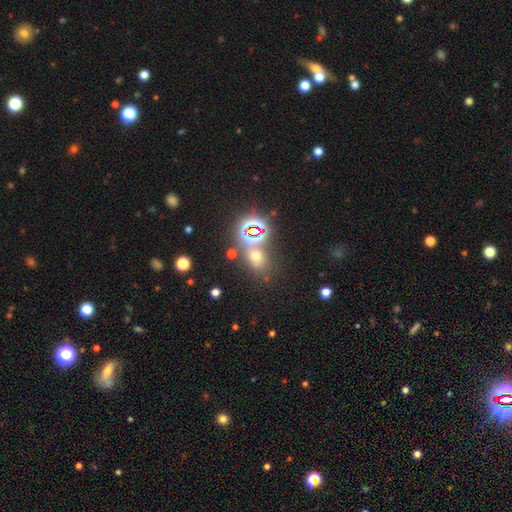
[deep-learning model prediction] This appears to be a star or artifact, not a galaxy (46%).